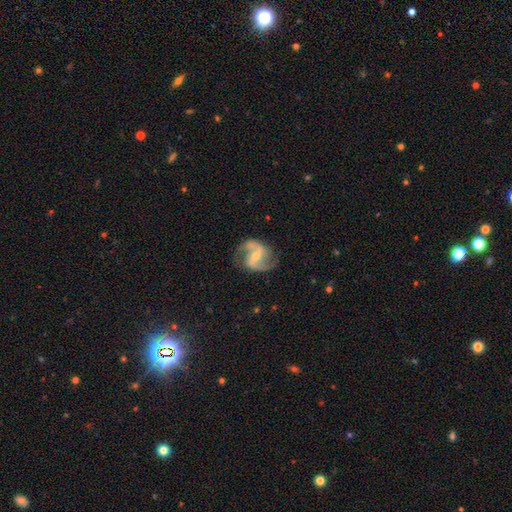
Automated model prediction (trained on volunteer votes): A featured or disk galaxy (89%) with a weak bar (42%), 2 (92%) medium (49%) spiral arms (97%) and a small central bulge (53%). Merging: none (79%).